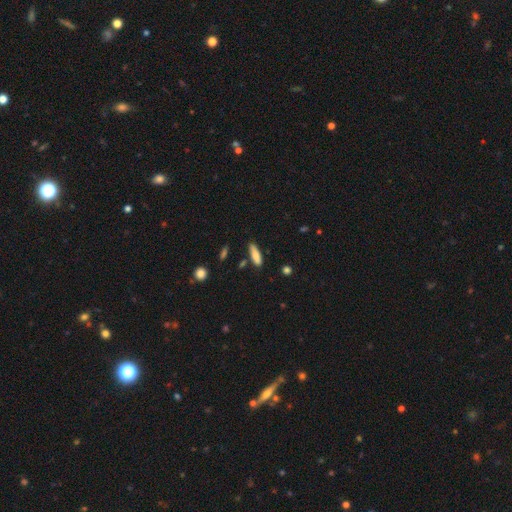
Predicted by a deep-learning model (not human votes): This is likely a smooth galaxy (78%). How rounded: possibly cigar-shaped (56%). Merging: likely none (78%).